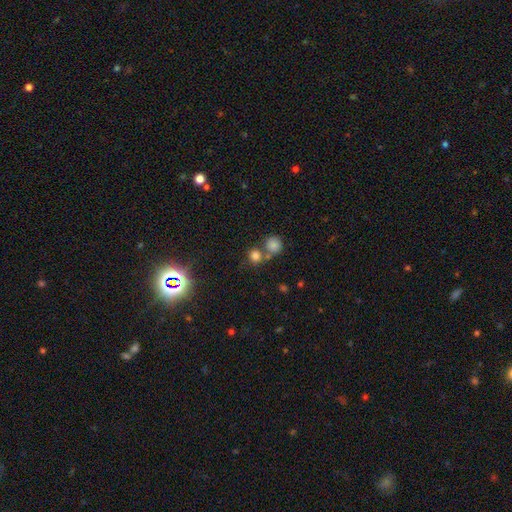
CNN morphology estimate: A smooth galaxy with no disk features (77%) that is round (86%).

Vote fractions:
- Smooth or featured? smooth: 77% / star or artifact: 17% / featured or disk: 7%
- How rounded? round: 86% / in between: 12% / cigar-shaped: 1%
- Merging? none: 56% / merger: 33% / minor disturbance: 7% / major disturbance: 3%